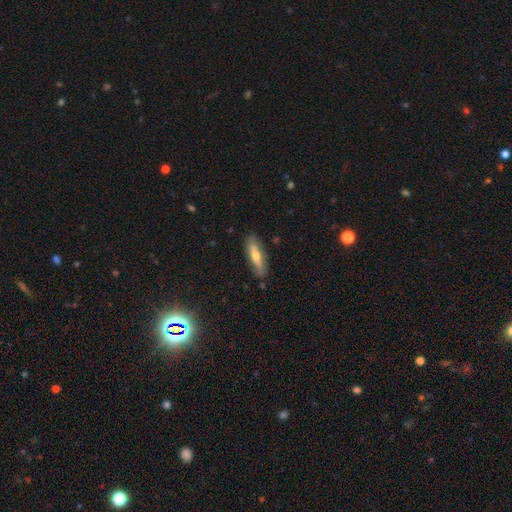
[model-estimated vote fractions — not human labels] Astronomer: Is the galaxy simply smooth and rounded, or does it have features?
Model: smooth — 50% (runner-up: featured or disk, 43%).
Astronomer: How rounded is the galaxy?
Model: cigar-shaped — 63%.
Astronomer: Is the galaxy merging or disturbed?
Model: none — 83%.